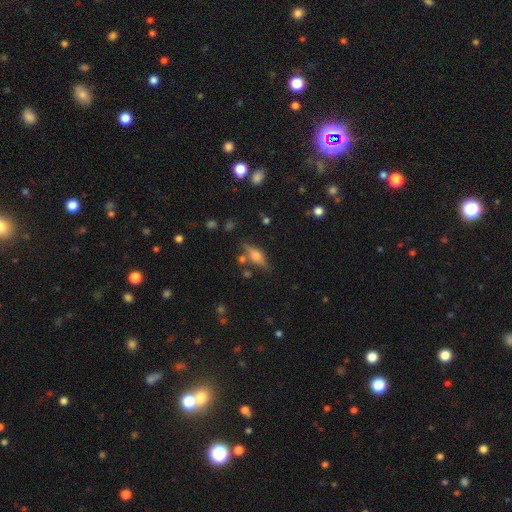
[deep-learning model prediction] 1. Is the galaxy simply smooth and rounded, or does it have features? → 55% featured or disk, 36% smooth, 9% star or artifact.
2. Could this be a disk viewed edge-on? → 91% yes, 9% no.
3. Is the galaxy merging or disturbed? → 76% none, 14% minor disturbance, 7% merger, 4% major disturbance.